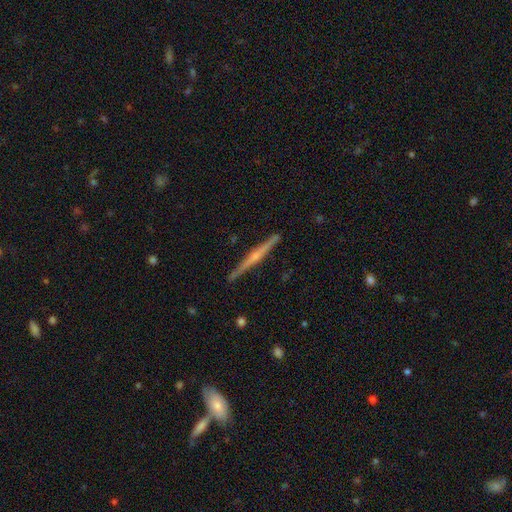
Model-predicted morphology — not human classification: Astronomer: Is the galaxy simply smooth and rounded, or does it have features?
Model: featured or disk — 78%.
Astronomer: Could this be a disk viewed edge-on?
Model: yes — 98%.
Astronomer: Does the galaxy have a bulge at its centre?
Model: rounded — 75%.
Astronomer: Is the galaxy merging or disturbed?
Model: none — 91%.